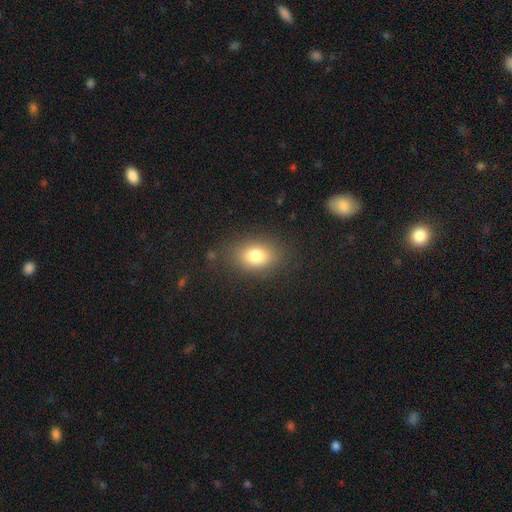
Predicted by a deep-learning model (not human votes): The model was most divided on "how rounded": in between: 79%, round: 19%, cigar-shaped: 2%. More confident: merging — none (82%); smooth or featured — smooth (79%).